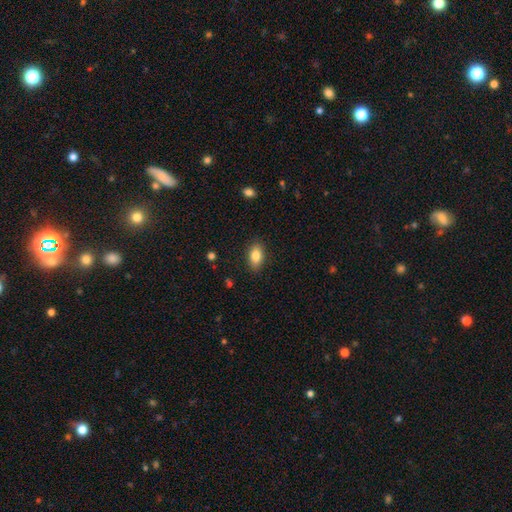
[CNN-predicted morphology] A smooth galaxy with no disk features (84%) that is in between round and cigar-shaped (89%).

Vote fractions:
- Smooth or featured? smooth: 84% / featured or disk: 8% / star or artifact: 8%
- How rounded? in between: 89% / round: 8% / cigar-shaped: 3%
- Merging? none: 87% / minor disturbance: 9% / major disturbance: 2% / merger: 1%